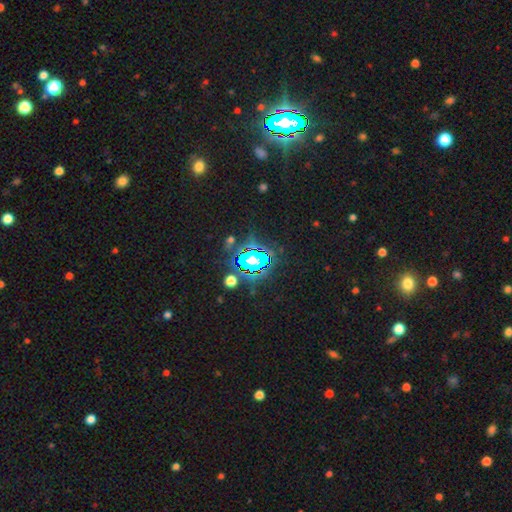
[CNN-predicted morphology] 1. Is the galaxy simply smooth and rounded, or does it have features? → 73% star or artifact, 18% smooth, 10% featured or disk.